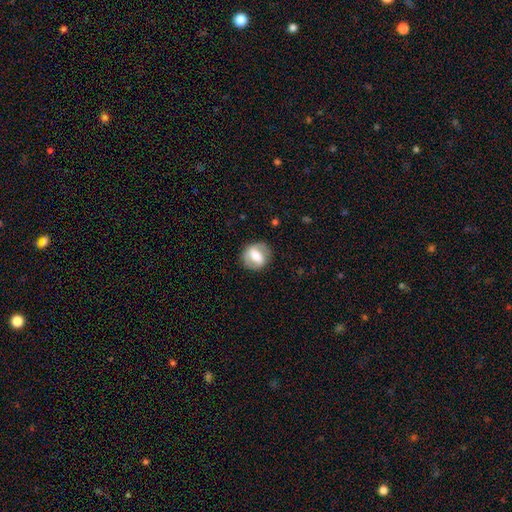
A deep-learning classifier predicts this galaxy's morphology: smooth 50%, featured or disk 43%, star or artifact 7%. Down the decision tree: merging — none (81%).